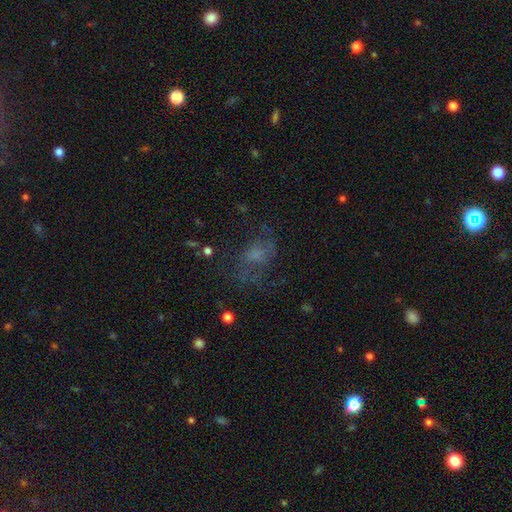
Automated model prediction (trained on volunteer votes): This is marginally a featured or disk galaxy (43%). Merging: possibly none (48%).